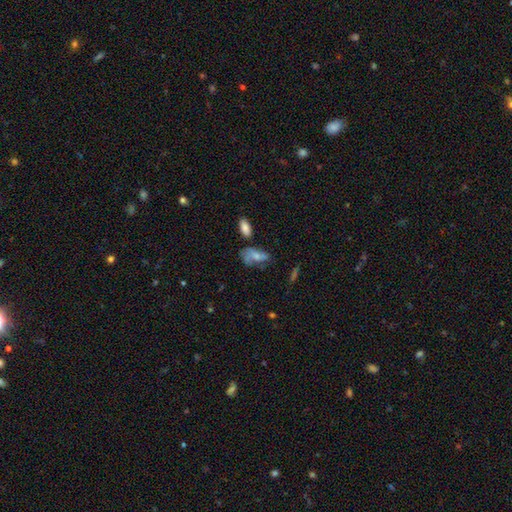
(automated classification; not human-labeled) Smooth or featured? smooth (54%)
How rounded? in between (86%)
Merging? none (35%)